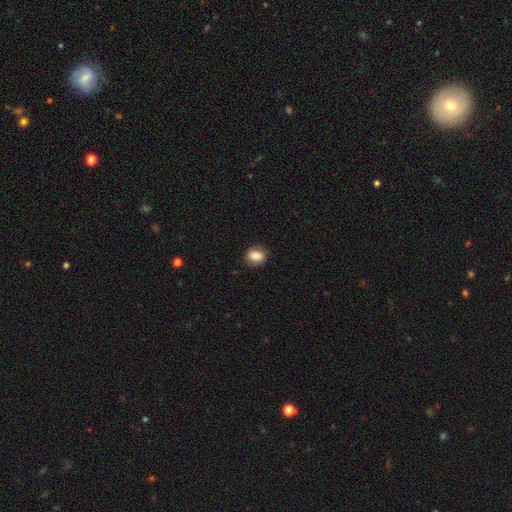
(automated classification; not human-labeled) Overall: smooth (84%). How rounded: in between (58%; round 40%). Merging: none (83%).